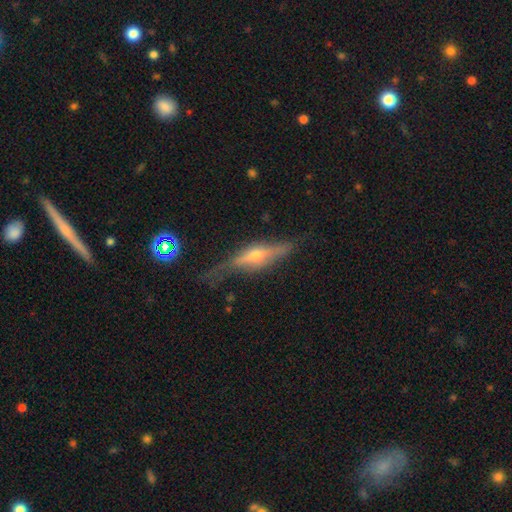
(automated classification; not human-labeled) Q: Smooth or featured?
A: featured or disk (70%); runner-up: smooth (22%)
Q: Edge-on disk?
A: yes (92%); runner-up: no (8%)
Q: Edge-on bulge?
A: rounded (87%); runner-up: boxy (8%)
Q: Merging?
A: none (67%); runner-up: minor disturbance (21%)